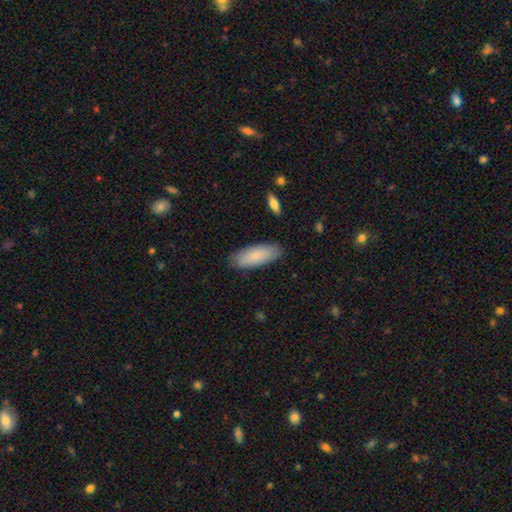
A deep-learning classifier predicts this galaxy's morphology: A smooth galaxy with no disk features (85%) that is in between round and cigar-shaped (72%).

Vote fractions:
- Smooth or featured? smooth: 85% / featured or disk: 10% / star or artifact: 6%
- How rounded? in between: 72% / cigar-shaped: 27% / round: 2%
- Merging? none: 85% / minor disturbance: 12% / major disturbance: 2% / merger: 1%